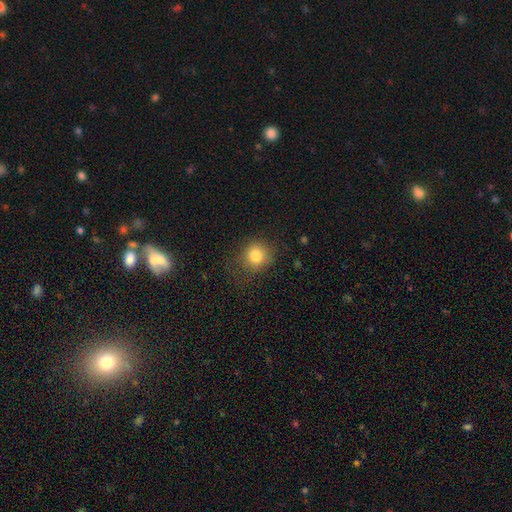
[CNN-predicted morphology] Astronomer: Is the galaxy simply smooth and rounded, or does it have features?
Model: smooth — 82%.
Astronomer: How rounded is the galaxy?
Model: round — 83%.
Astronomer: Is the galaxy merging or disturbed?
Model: none — 74%.